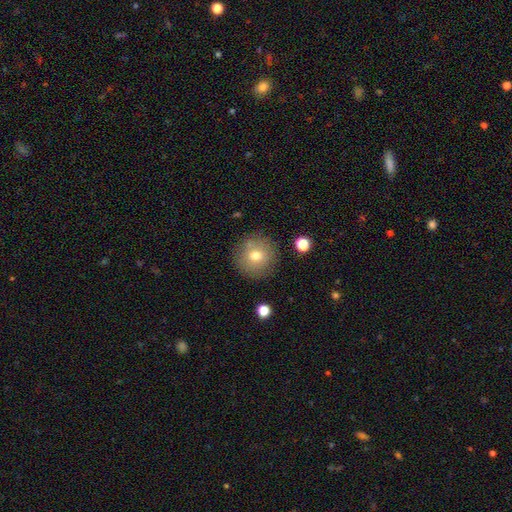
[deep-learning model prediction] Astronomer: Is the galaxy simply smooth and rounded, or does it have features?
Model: smooth — 73%.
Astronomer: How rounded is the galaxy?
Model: round — 94%.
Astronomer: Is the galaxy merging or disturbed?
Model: none — 84%.